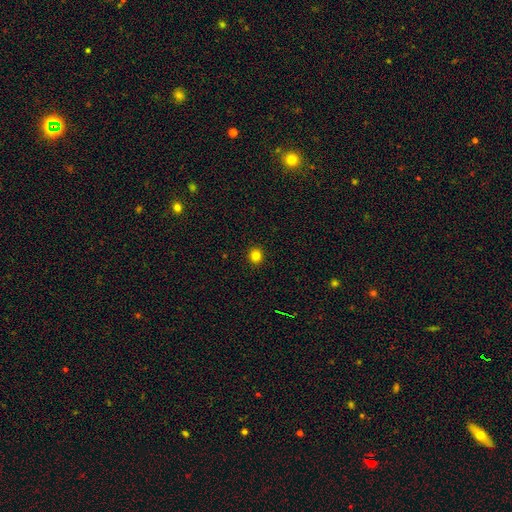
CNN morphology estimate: Smooth or featured: smooth — 82% (star or artifact — 14%)
How rounded: round — 88% (in between — 11%)
Merging: none — 93% (minor disturbance — 5%)